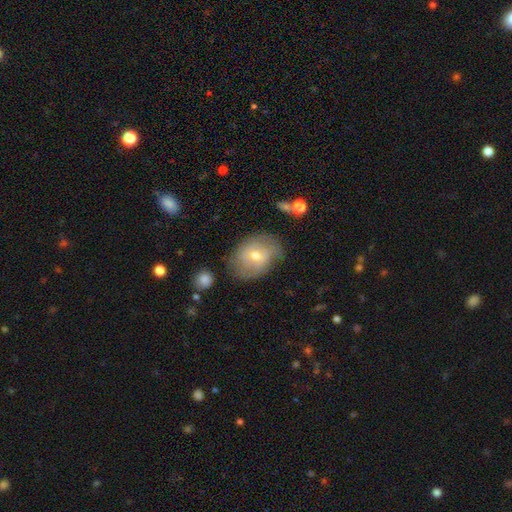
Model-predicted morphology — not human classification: Smooth or featured? smooth (47%)
Merging? none (61%)